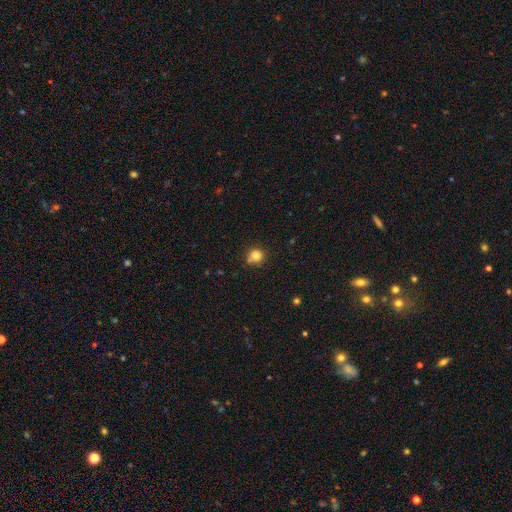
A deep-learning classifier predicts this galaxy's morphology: Smooth or featured: smooth — 82% (star or artifact — 12%)
How rounded: round — 87% (in between — 12%)
Merging: none — 71% (minor disturbance — 20%)